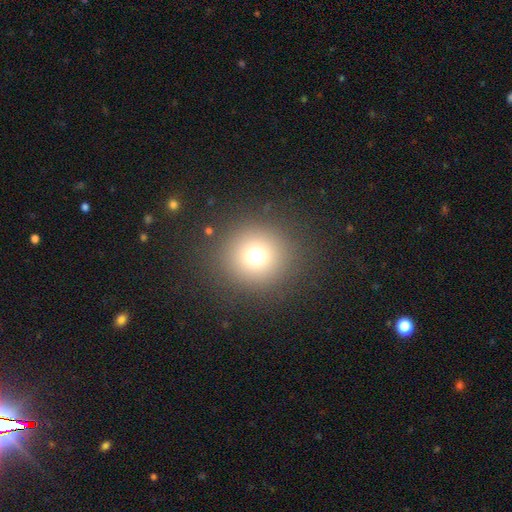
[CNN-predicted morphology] Overall: smooth (71%). How rounded: round (92%). Merging: none (88%).